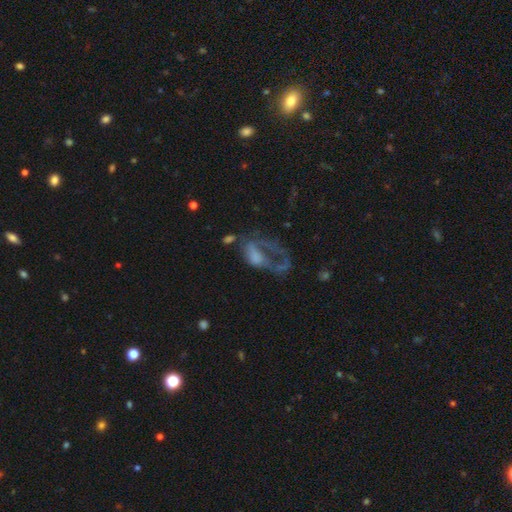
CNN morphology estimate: smooth-or-featured: featured or disk: 52% | smooth: 34% | star or artifact: 14%
  disk-edge-on: no: 95% | yes: 5%
  merging: major disturbance: 61% | none: 18% | minor disturbance: 12% | merger: 9%